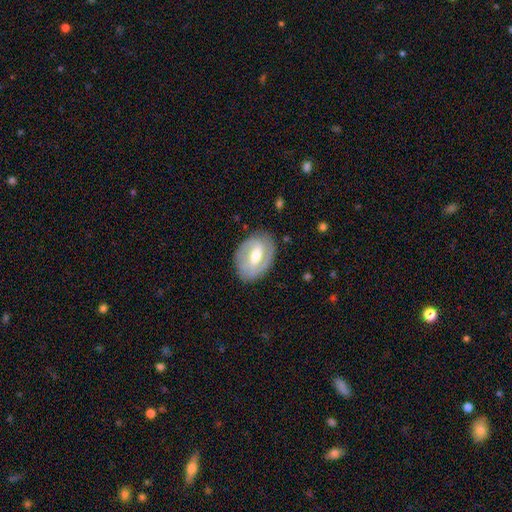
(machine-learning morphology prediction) Smooth or featured: featured or disk — 71% (smooth — 23%)
Edge-on disk: no — 95% (yes — 5%)
Bar: weak — 47% (strong — 36%)
Spiral arms: yes — 73% (no — 27%)
Bulge size: moderate — 70% (small — 18%)
Merging: none — 80% (minor disturbance — 14%)